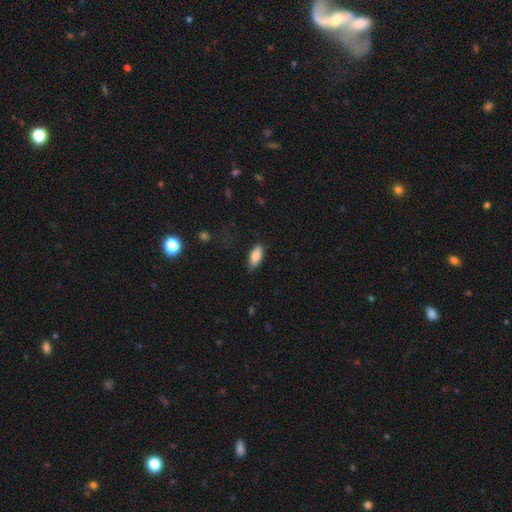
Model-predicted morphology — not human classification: Smooth or featured? Predicted: smooth (p=0.86). How rounded? Predicted: in between (p=0.84). Merging? Predicted: none (p=0.81).